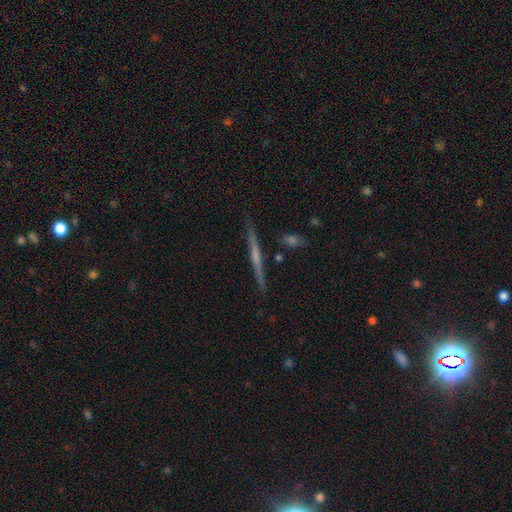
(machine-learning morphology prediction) A featured or disk galaxy (69%) viewed edge-on (96%) with a rounded central bulge (62%). Merging: none (87%).